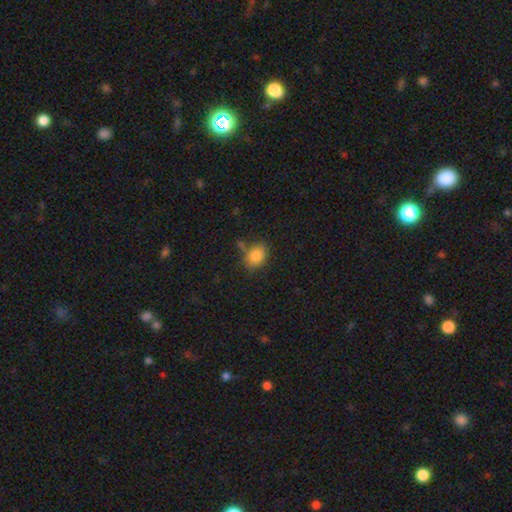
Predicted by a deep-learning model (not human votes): Smooth or featured? Predicted: smooth (p=0.83). How rounded? Predicted: in between (p=0.57). Merging? Predicted: none (p=0.67).